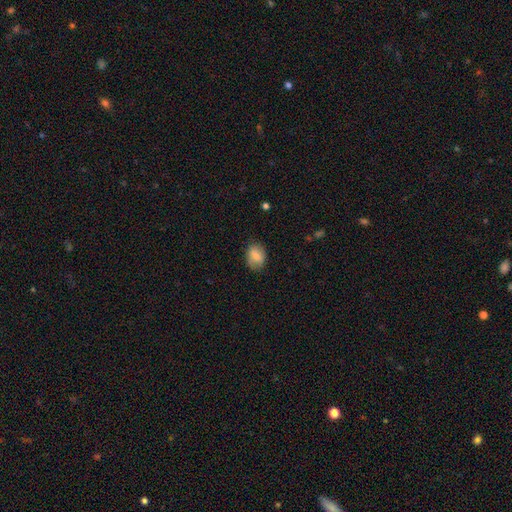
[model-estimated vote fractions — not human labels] smooth_or_featured: smooth (p=0.80) [alt: featured or disk p=0.12]
how_rounded: in between (p=0.66) [alt: round p=0.32]
merging: none (p=0.80) [alt: minor disturbance p=0.15]